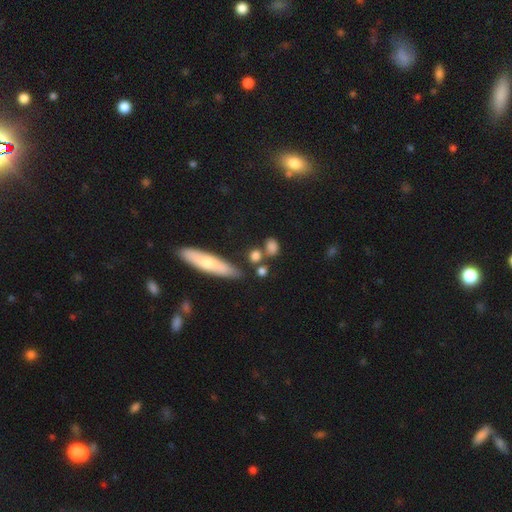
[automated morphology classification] This is likely a smooth galaxy (78%). How rounded: possibly round (55%). Merging: likely none (61%).